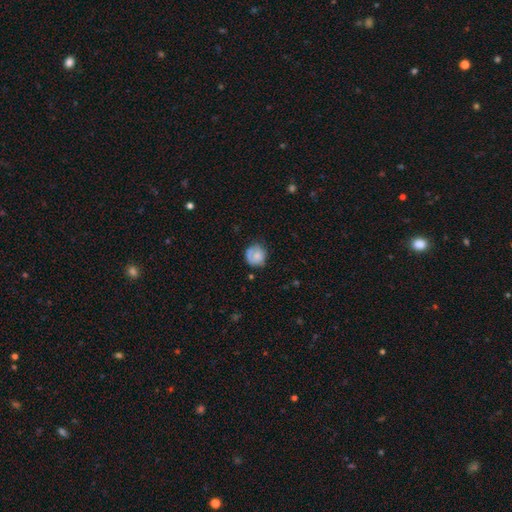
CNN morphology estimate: smooth-or-featured: smooth: 68% | featured or disk: 24% | star or artifact: 8%
  how-rounded: round: 83% | in between: 16% | cigar-shaped: 1%
  merging: none: 60% | minor disturbance: 27% | major disturbance: 10% | merger: 4%